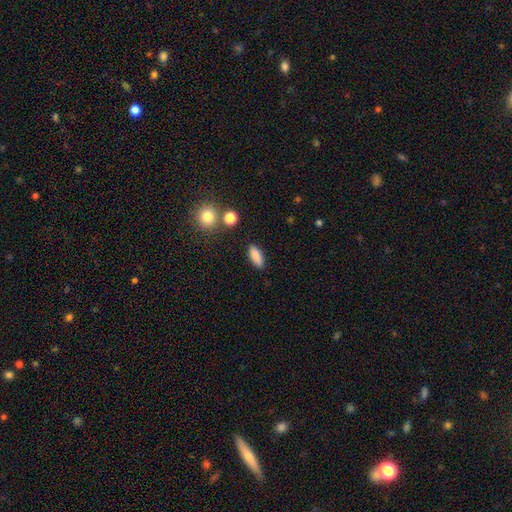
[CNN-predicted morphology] Smooth or featured? Predicted: smooth (p=0.86). How rounded? Predicted: in between (p=0.69). Merging? Predicted: none (p=0.86).